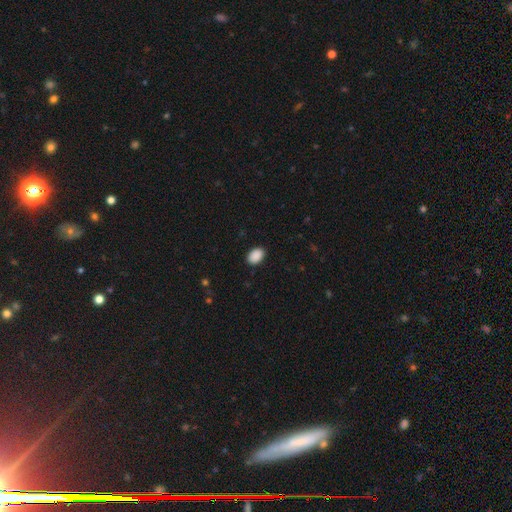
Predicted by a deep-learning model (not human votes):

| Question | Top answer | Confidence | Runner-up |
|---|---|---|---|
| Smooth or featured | smooth | 90% | star or artifact (7%) |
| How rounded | in between | 84% | round (15%) |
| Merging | none | 89% | minor disturbance (8%) |